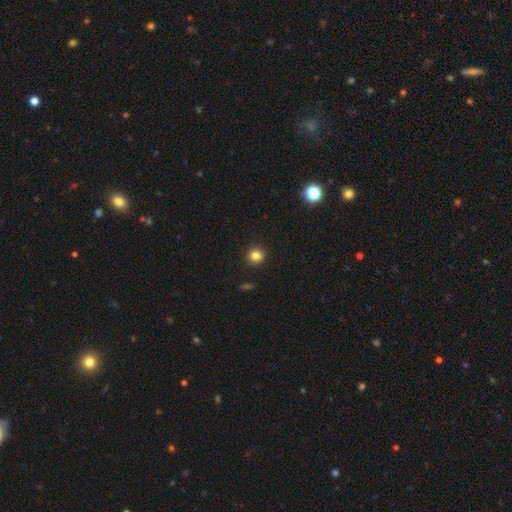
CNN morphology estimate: This is clearly a smooth galaxy (83%). How rounded: clearly round (91%). Merging: clearly none (92%).